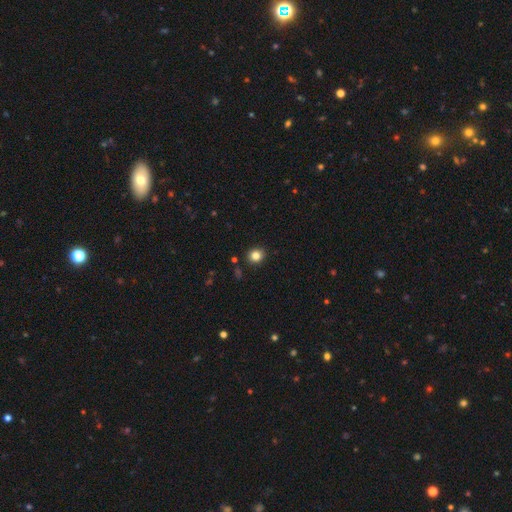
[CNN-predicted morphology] A smooth galaxy with no disk features (83%) that is round (83%). Merging: none (90%).